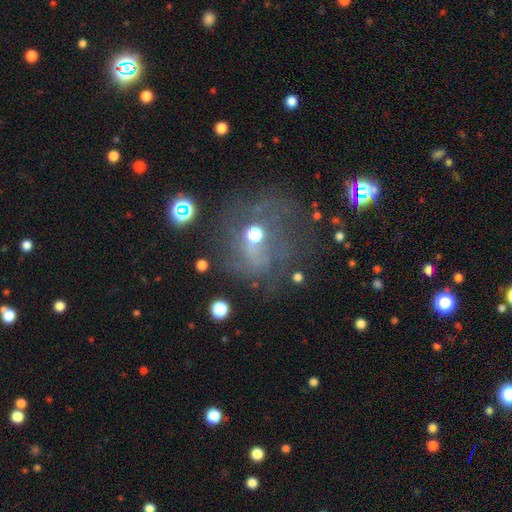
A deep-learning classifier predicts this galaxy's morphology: Q: Smooth or featured?
A: featured or disk (39%); runner-up: star or artifact (31%)
Q: Merging?
A: none (51%); runner-up: major disturbance (24%)